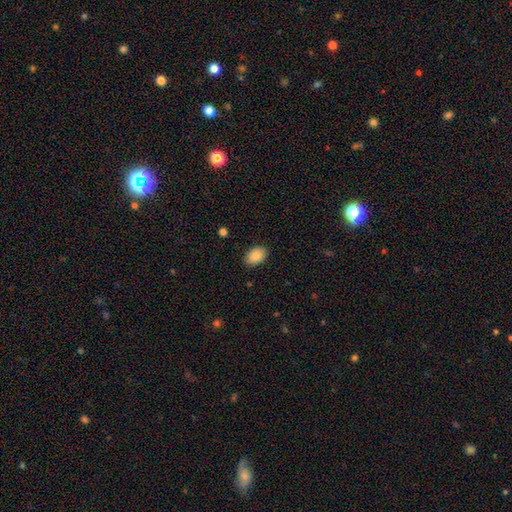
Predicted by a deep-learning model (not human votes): smooth_or_featured: smooth (p=0.89) [alt: star or artifact p=0.07]
how_rounded: in between (p=0.87) [alt: round p=0.12]
merging: none (p=0.87) [alt: minor disturbance p=0.09]